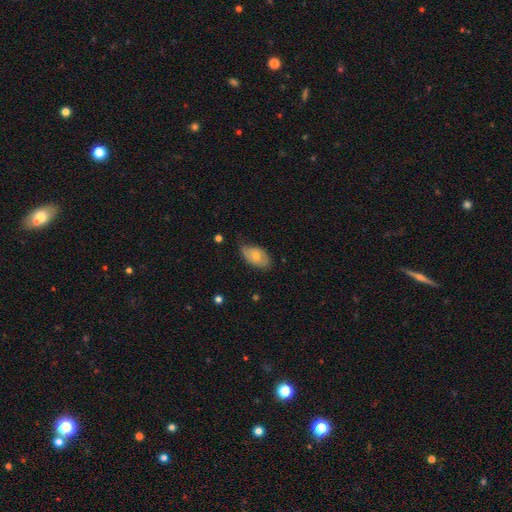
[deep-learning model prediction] smooth_or_featured: smooth (p=0.50) [alt: featured or disk p=0.43]
how_rounded: in between (p=0.90) [alt: round p=0.08]
merging: none (p=0.58) [alt: minor disturbance p=0.33]